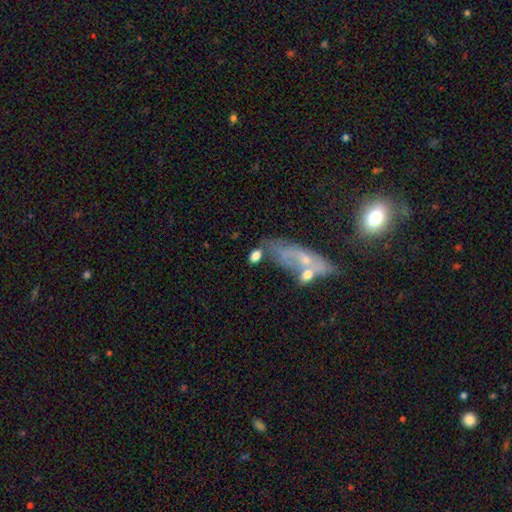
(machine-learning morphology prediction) Smooth or featured? smooth (73%)
How rounded? in between (84%)
Merging? none (45%)